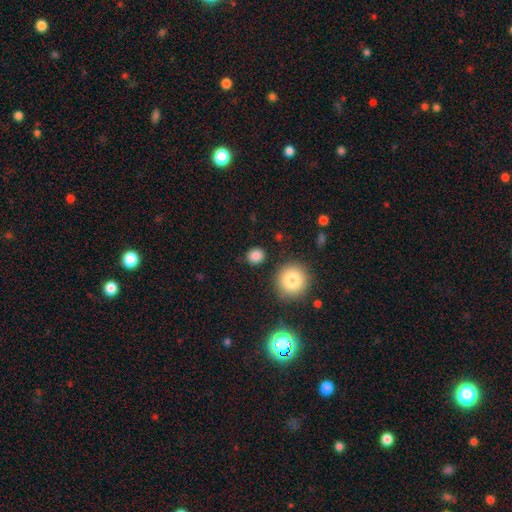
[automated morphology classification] Smooth or featured? smooth (85%)
How rounded? round (80%)
Merging? none (86%)